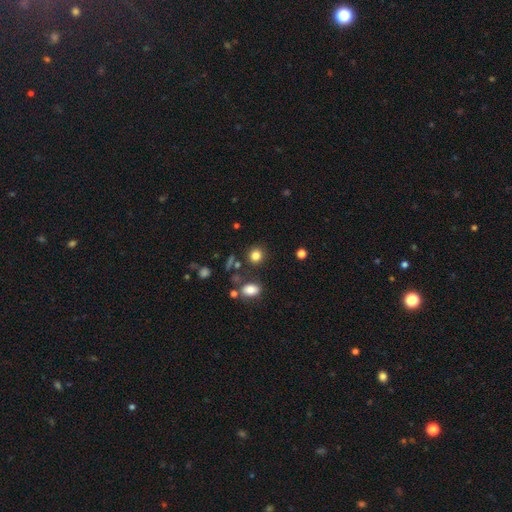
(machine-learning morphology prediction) Smooth or featured?
  - smooth: 83% *
  - star or artifact: 12%
  - featured or disk: 5%
How rounded?
  - round: 82% *
  - in between: 16%
  - cigar-shaped: 1%
Merging?
  - none: 83% *
  - minor disturbance: 9%
  - merger: 5%
  - major disturbance: 3%